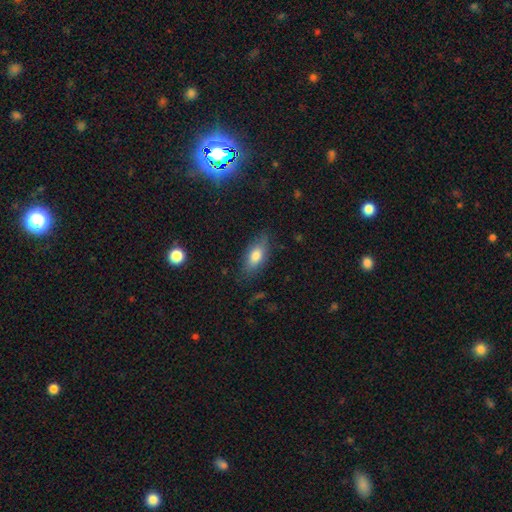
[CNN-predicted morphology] A smooth galaxy with no disk features (76%) that is in between round and cigar-shaped (81%). Merging: none (79%).